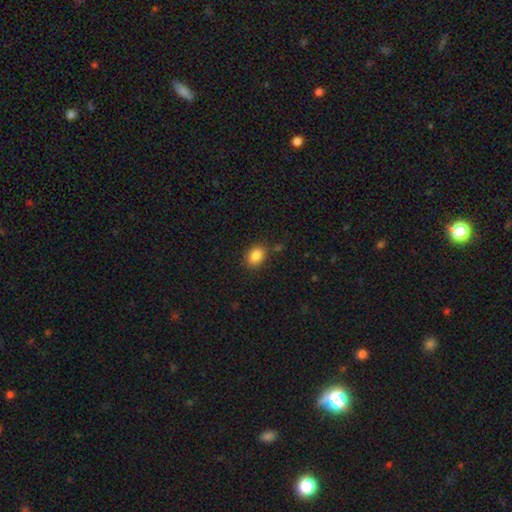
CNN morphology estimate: The model was most divided on "how rounded": in between: 64%, round: 35%, cigar-shaped: 1%. More confident: smooth or featured — smooth (87%); merging — none (84%).